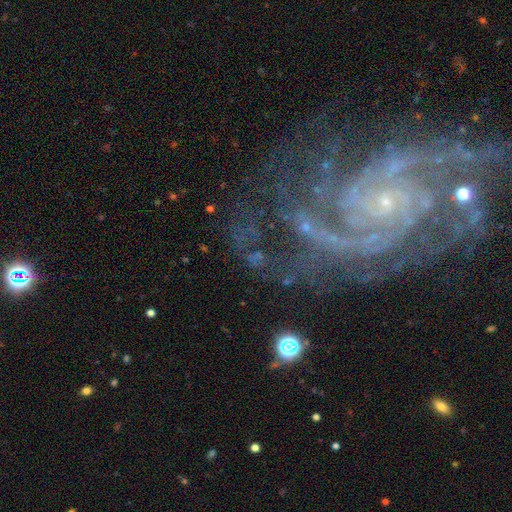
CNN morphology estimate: This appears to be a featured or disk galaxy (88%) with no bar (66%), 2 (26%) tight (63%) spiral arms (98%) and a small central bulge (84%). Merging: none (63%).